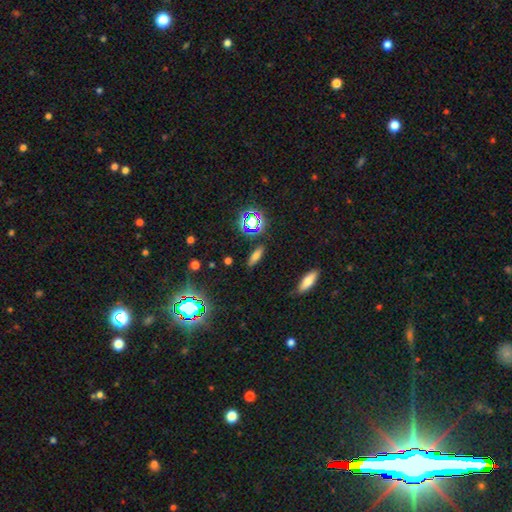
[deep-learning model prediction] Smooth or featured? smooth (66%)
How rounded? in between (47%)
Merging? none (84%)